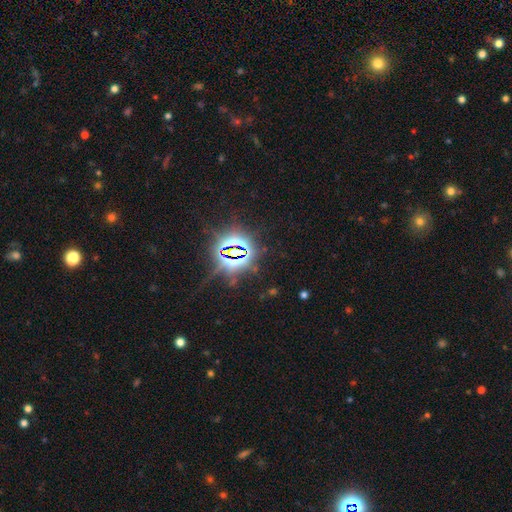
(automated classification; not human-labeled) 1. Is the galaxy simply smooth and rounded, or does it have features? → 84% star or artifact, 10% smooth, 6% featured or disk.